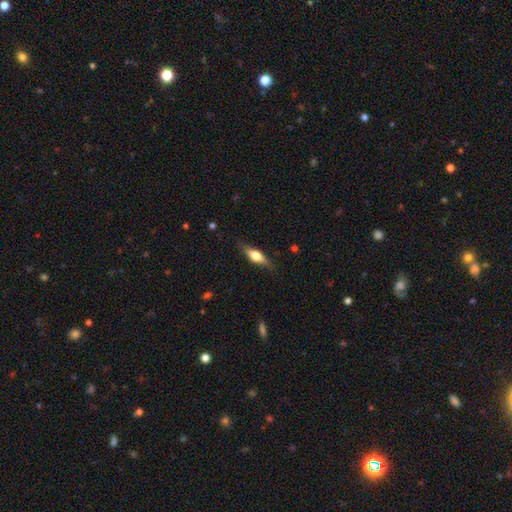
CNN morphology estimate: This appears to be a featured or disk galaxy (48%). Merging: none (81%).